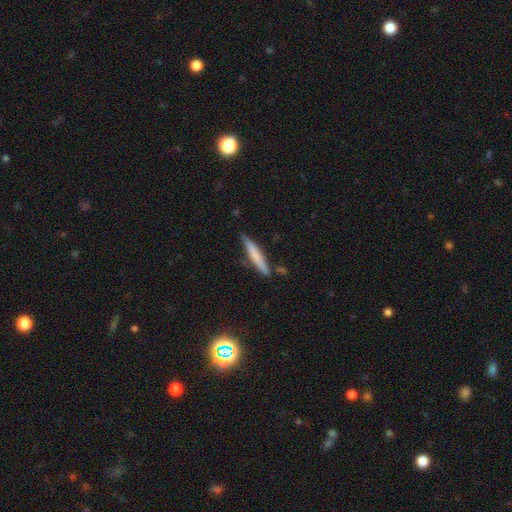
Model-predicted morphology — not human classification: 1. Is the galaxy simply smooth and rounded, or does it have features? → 60% smooth, 34% featured or disk, 6% star or artifact.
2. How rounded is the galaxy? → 94% cigar-shaped, 5% in between, 1% round.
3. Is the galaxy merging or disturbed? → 78% none, 15% minor disturbance, 4% merger, 3% major disturbance.